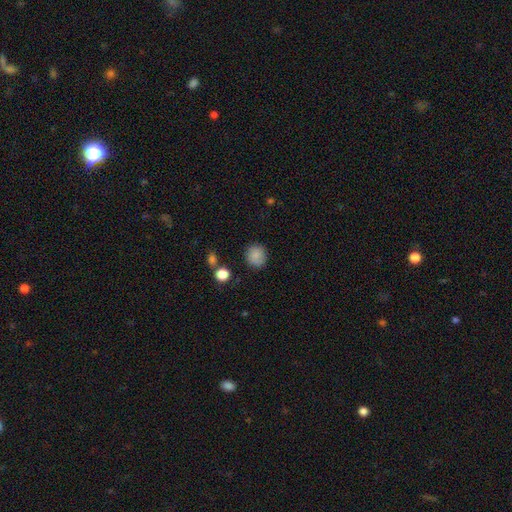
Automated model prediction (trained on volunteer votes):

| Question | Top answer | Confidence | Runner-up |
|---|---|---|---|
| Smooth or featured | smooth | 85% | star or artifact (9%) |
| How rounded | round | 86% | in between (13%) |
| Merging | none | 84% | minor disturbance (10%) |